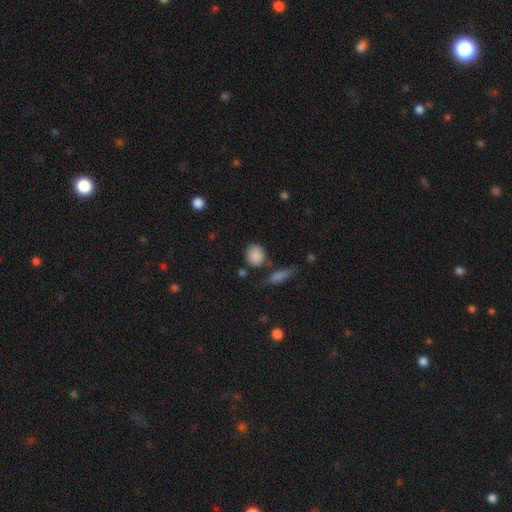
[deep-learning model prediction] This appears to be a smooth galaxy with no disk features (88%) that is round (64%). Merging: none (74%).